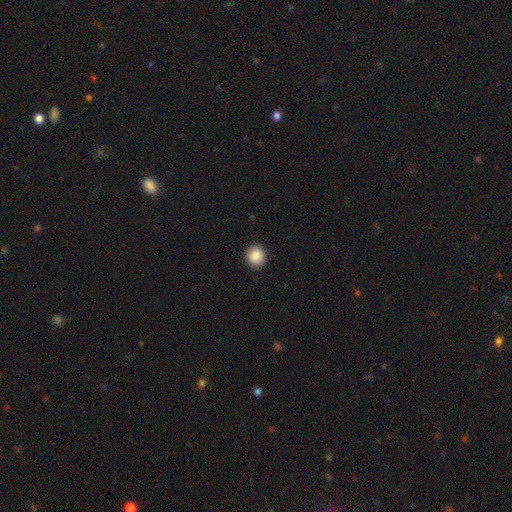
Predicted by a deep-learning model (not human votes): A smooth galaxy with no disk features (89%) that is round (87%).

Vote fractions:
- Smooth or featured? smooth: 89% / star or artifact: 8% / featured or disk: 3%
- How rounded? round: 87% / in between: 12% / cigar-shaped: 1%
- Merging? none: 91% / minor disturbance: 6% / major disturbance: 2% / merger: 1%